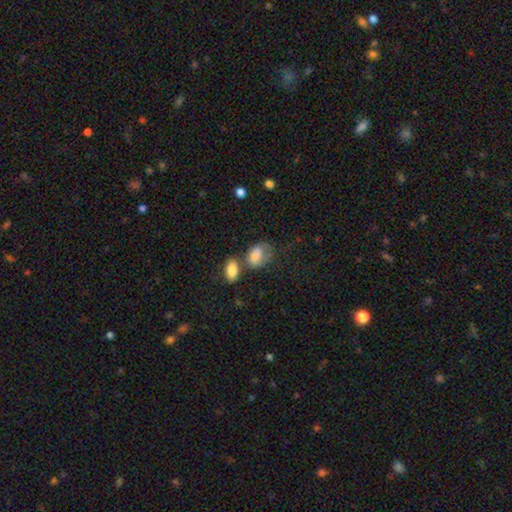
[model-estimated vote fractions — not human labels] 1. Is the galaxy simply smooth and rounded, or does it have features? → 75% smooth, 17% featured or disk, 8% star or artifact.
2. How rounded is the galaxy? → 79% in between, 19% round, 1% cigar-shaped.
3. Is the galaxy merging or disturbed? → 29% none, 27% merger, 24% minor disturbance, 20% major disturbance.